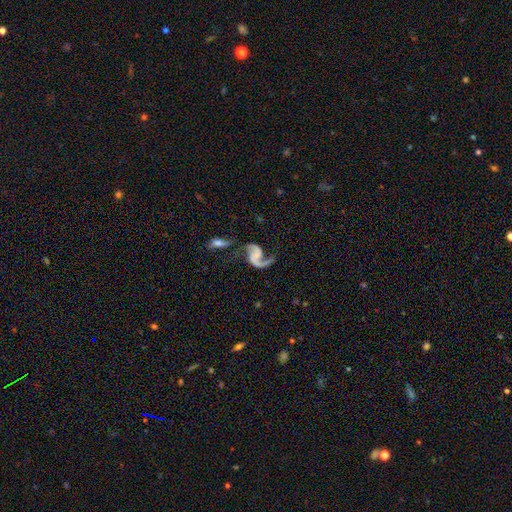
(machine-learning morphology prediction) smooth-or-featured: featured or disk: 90% | smooth: 5% | star or artifact: 5%
  disk-edge-on: no: 98% | yes: 2%
    bar: no: 56% | weak: 33% | strong: 11%
    has-spiral-arms: yes: 97% | no: 3%
      spiral-winding: loose: 65% | medium: 29% | tight: 6%
      spiral-arm-count: 2: 86% | 1: 10% | can't tell: 1% | 3: 1% | 4: 1% | more than 4: 1%
    bulge-size: none: 51% | small: 31% | moderate: 13% | large: 4% | dominant: 2%
  merging: none: 51% | major disturbance: 20% | minor disturbance: 16% | merger: 13%